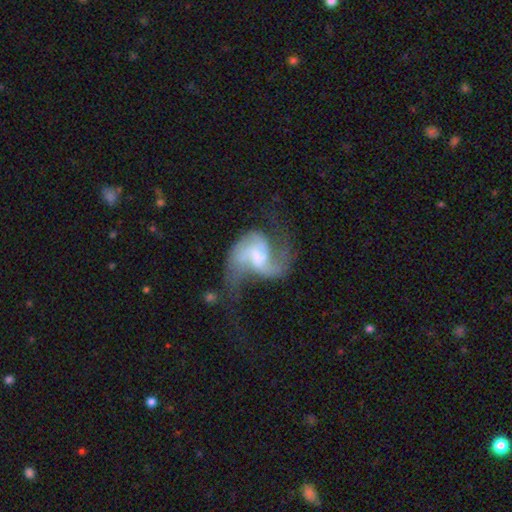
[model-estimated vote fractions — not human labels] Smooth or featured: featured or disk — 82% (smooth — 11%)
Edge-on disk: no — 98% (yes — 2%)
Bar: weak — 49% (no — 37%)
Spiral arms: yes — 93% (no — 7%)
Spiral winding: loose — 55% (medium — 36%)
Spiral arm count: 2 — 73% (3 — 8%)
Bulge size: moderate — 42% (small — 35%)
Merging: major disturbance — 39% (none — 34%)